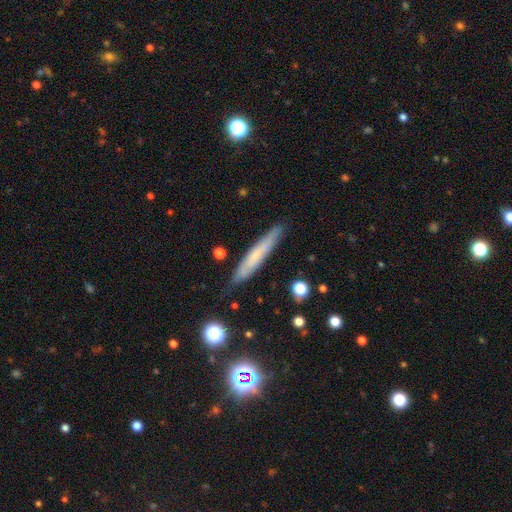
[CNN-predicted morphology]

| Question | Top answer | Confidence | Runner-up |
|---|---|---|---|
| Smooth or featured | smooth | 55% | featured or disk (37%) |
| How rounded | cigar-shaped | 93% | in between (5%) |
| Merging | none | 83% | minor disturbance (13%) |